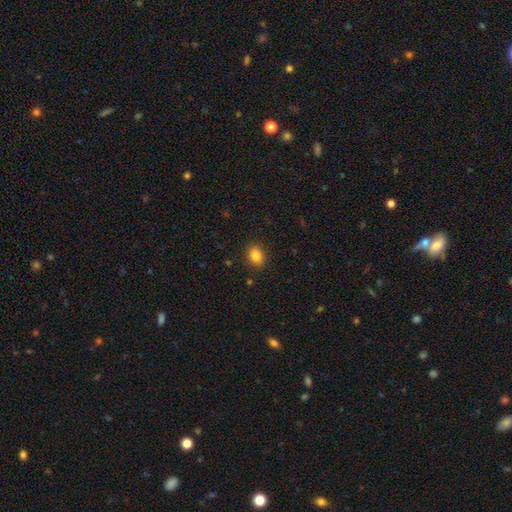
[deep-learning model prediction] The model was most divided on "how rounded": round: 56%, in between: 43%, cigar-shaped: 1%. More confident: merging — none (88%); smooth or featured — smooth (85%).